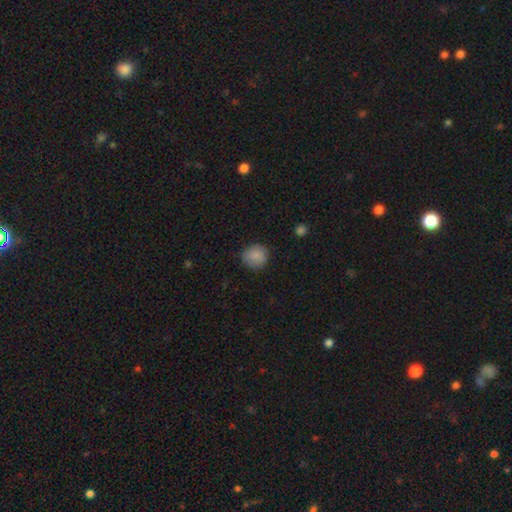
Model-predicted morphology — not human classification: Overall: smooth (84%). How rounded: round (86%). Merging: none (74%).